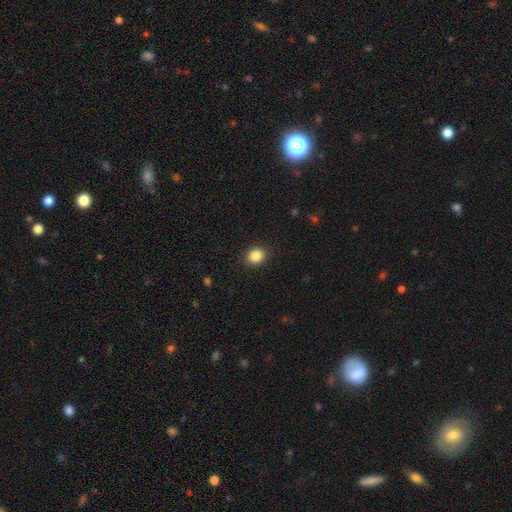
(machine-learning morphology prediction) A smooth galaxy with no disk features (86%) that is round (76%).

Vote fractions:
- Smooth or featured? smooth: 86% / star or artifact: 10% / featured or disk: 4%
- How rounded? round: 76% / in between: 24% / cigar-shaped: 1%
- Merging? none: 90% / minor disturbance: 7% / major disturbance: 2% / merger: 1%